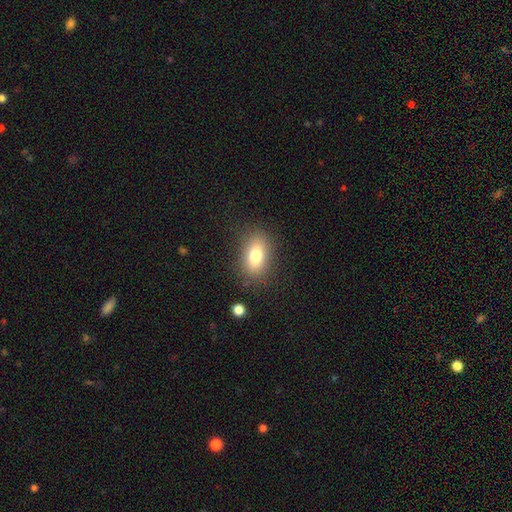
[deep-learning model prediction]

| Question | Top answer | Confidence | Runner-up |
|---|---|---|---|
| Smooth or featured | smooth | 79% | featured or disk (12%) |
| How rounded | in between | 85% | round (11%) |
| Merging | none | 84% | minor disturbance (10%) |